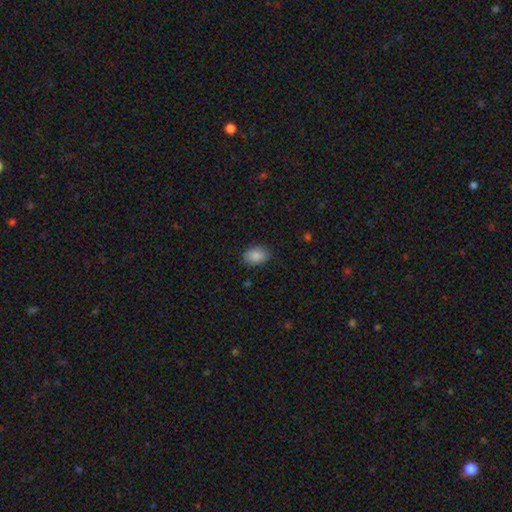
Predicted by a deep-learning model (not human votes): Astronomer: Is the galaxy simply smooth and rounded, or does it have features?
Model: smooth — 89%.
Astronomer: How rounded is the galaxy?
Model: in between — 85%.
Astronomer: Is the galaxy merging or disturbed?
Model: none — 85%.